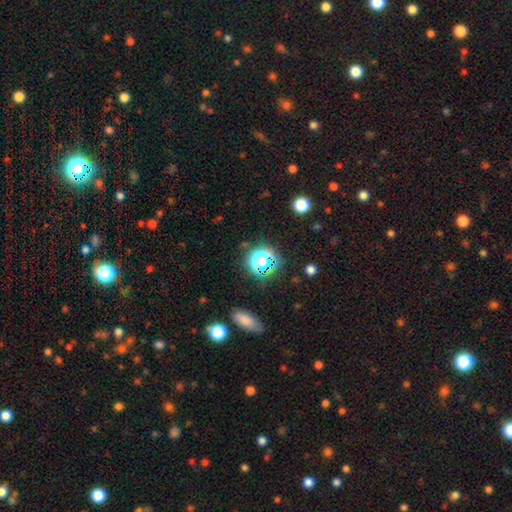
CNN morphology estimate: Smooth or featured?
  - star or artifact: 61% *
  - smooth: 30%
  - featured or disk: 9%